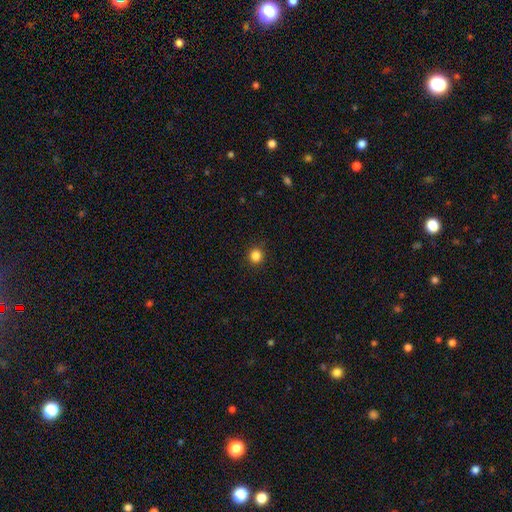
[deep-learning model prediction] smooth 84%, star or artifact 12%, featured or disk 4%. Down the decision tree: how rounded — round (92%); merging — none (91%).